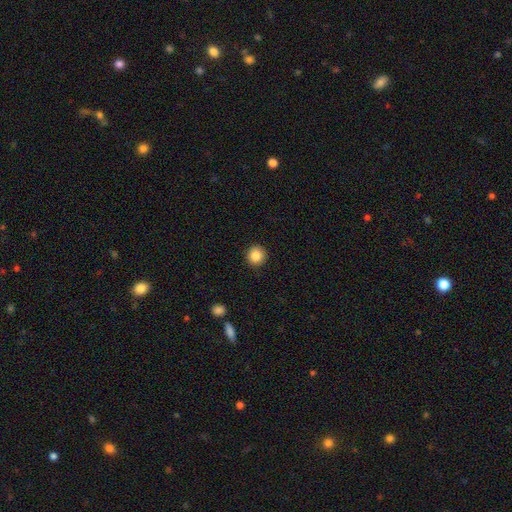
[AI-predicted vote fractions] This is clearly a smooth galaxy (86%). How rounded: clearly round (94%). Merging: clearly none (92%).